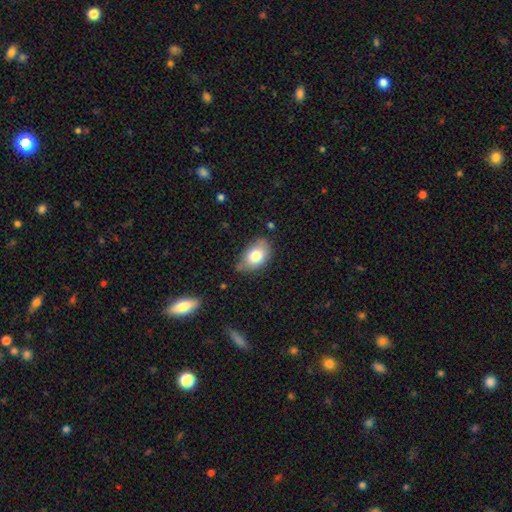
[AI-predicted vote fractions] Smooth or featured? smooth (78%)
How rounded? in between (89%)
Merging? none (67%)